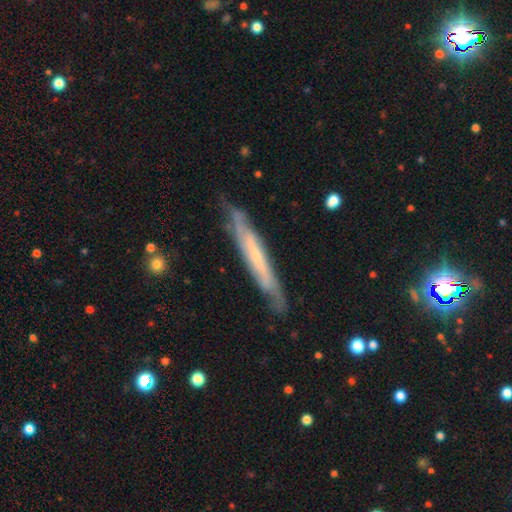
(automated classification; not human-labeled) This appears to be a featured or disk galaxy (68%) viewed edge-on (73%) with no central bulge (70%). Merging: none (75%).